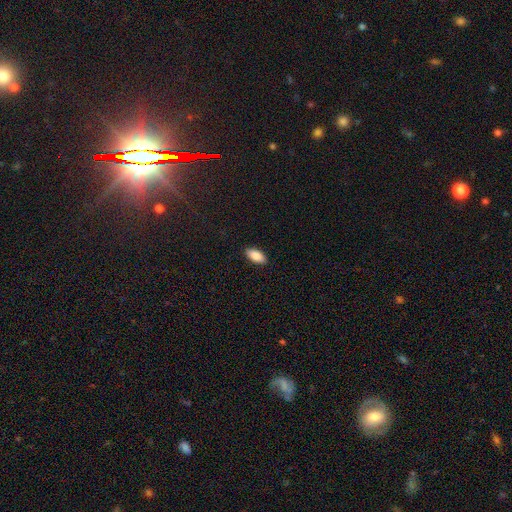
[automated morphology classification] smooth-or-featured: smooth: 87% | featured or disk: 7% | star or artifact: 7%
  how-rounded: in between: 90% | cigar-shaped: 8% | round: 2%
  merging: none: 90% | minor disturbance: 8% | major disturbance: 2% | merger: 1%